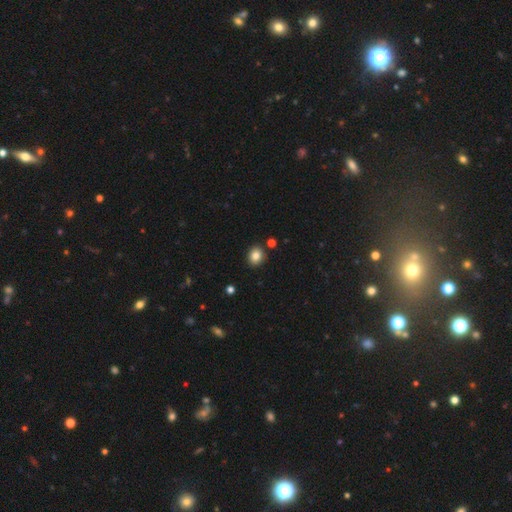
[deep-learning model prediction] Smooth or featured?
  - smooth: 84% *
  - star or artifact: 10%
  - featured or disk: 6%
How rounded?
  - round: 66% *
  - in between: 33%
  - cigar-shaped: 1%
Merging?
  - none: 88% *
  - minor disturbance: 7%
  - merger: 3%
  - major disturbance: 2%